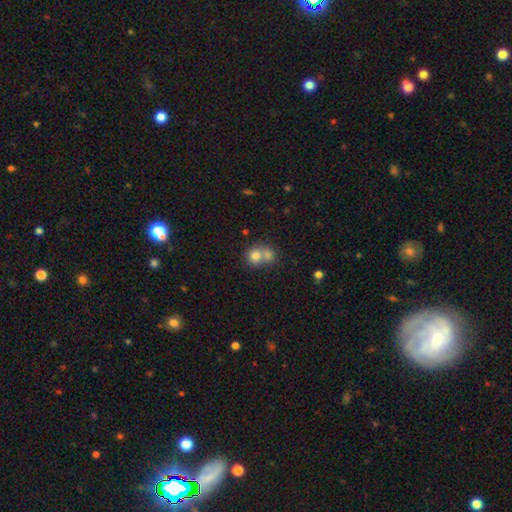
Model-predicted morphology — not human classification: type=smooth (77%); roundness=round (74%); merging=merger (62%).